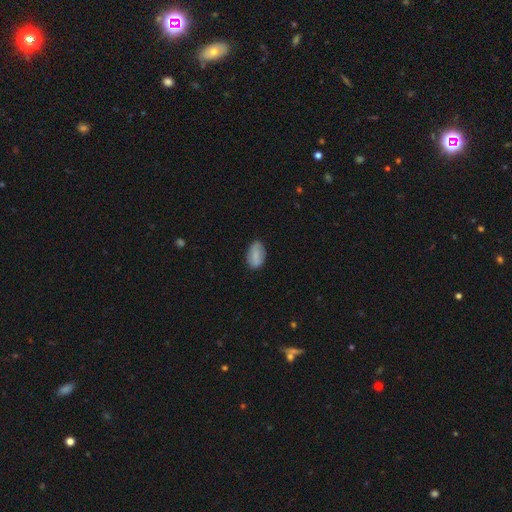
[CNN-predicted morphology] type=smooth (81%); roundness=in between (91%); merging=none (76%).